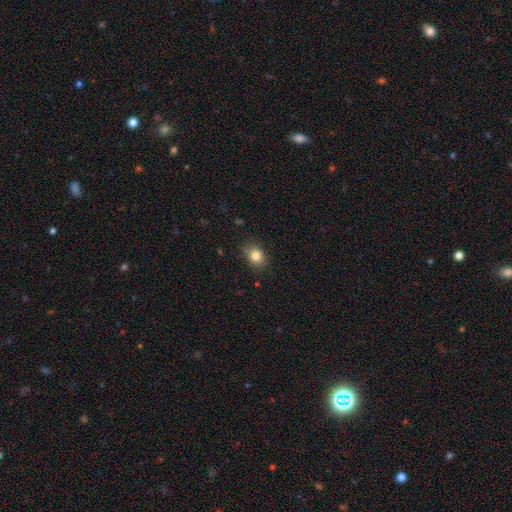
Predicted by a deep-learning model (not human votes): The model was most divided on "how rounded": in between: 52%, round: 47%, cigar-shaped: 1%. More confident: smooth or featured — smooth (83%); merging — none (82%).